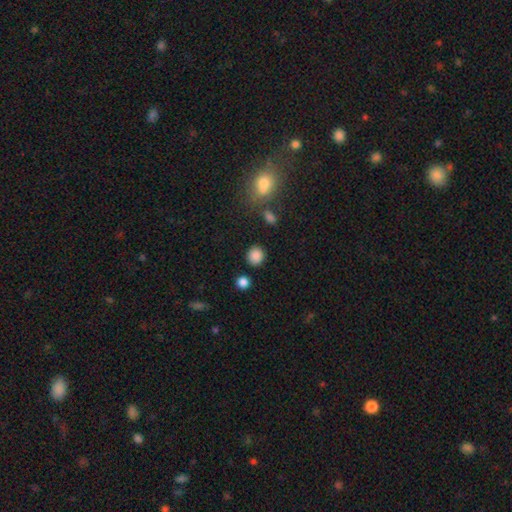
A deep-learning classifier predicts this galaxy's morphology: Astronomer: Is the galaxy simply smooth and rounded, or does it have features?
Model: smooth — 86%.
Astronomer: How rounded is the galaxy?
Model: round — 82%.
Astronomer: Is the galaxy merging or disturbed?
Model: none — 84%.